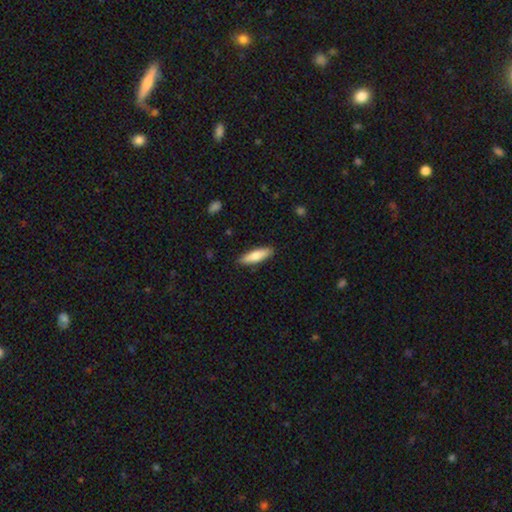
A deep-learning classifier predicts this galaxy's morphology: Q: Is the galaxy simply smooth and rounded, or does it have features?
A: smooth — 74%.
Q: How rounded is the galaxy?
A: cigar-shaped — 62%.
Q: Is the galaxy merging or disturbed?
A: none — 88%.